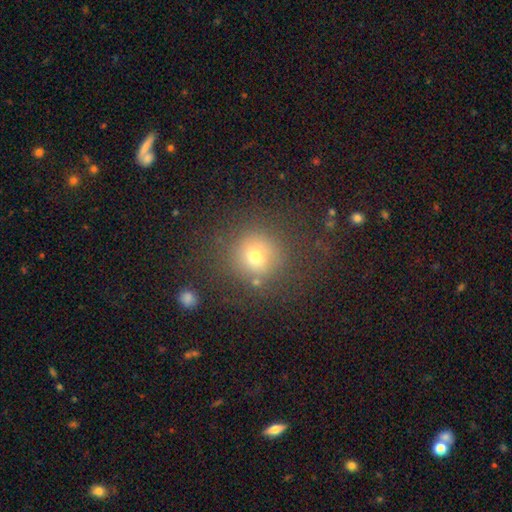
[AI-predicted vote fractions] This is likely a smooth galaxy (70%). How rounded: clearly round (92%). Merging: likely none (76%).